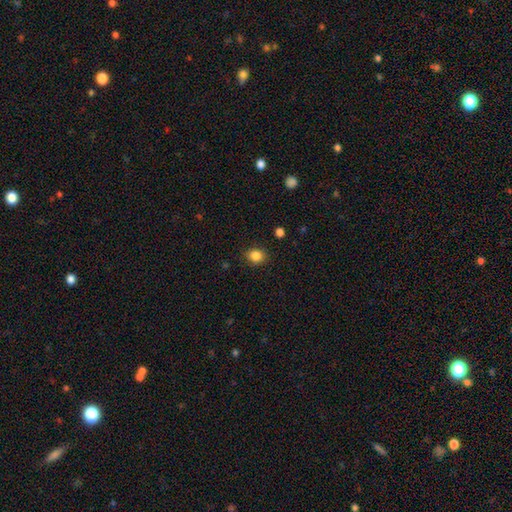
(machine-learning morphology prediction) Smooth or featured?
  - smooth: 85% *
  - star or artifact: 11%
  - featured or disk: 4%
How rounded?
  - round: 65% *
  - in between: 34%
  - cigar-shaped: 1%
Merging?
  - none: 87% *
  - minor disturbance: 9%
  - major disturbance: 3%
  - merger: 1%